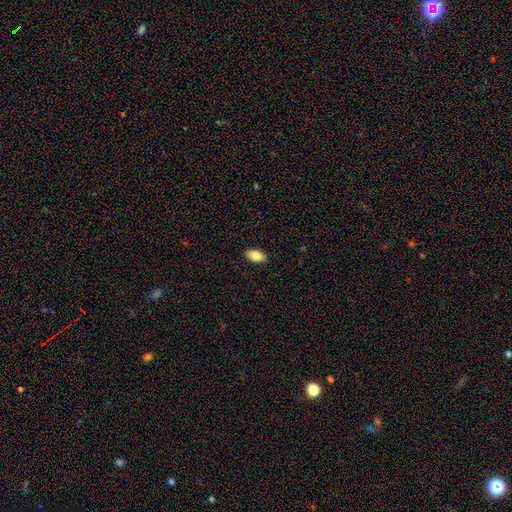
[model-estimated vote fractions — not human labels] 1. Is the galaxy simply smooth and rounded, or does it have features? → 83% smooth, 10% featured or disk, 7% star or artifact.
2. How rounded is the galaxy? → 94% in between, 3% cigar-shaped, 3% round.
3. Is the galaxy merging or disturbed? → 90% none, 8% minor disturbance, 2% major disturbance, 1% merger.